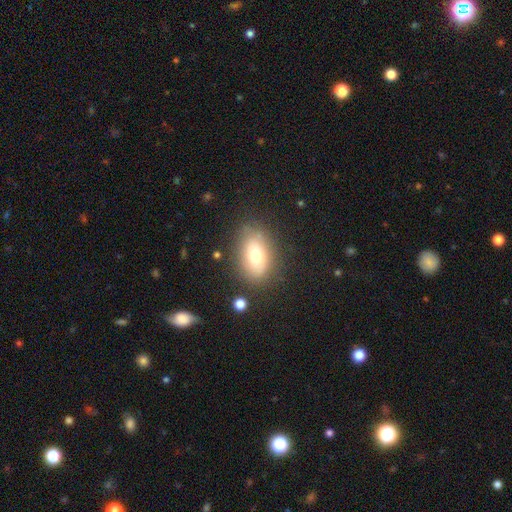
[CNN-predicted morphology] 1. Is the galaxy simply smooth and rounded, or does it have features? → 69% smooth, 22% featured or disk, 9% star or artifact.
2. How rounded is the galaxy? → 86% in between, 11% round, 3% cigar-shaped.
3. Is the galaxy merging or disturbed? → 77% none, 15% minor disturbance, 5% major disturbance, 3% merger.